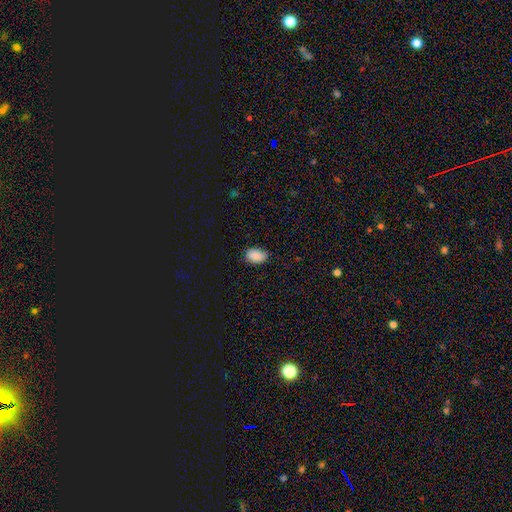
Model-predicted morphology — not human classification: The model was most divided on "merging": none: 80%, minor disturbance: 16%, major disturbance: 3%, merger: 1%. More confident: smooth or featured — smooth (89%); how rounded — in between (88%).